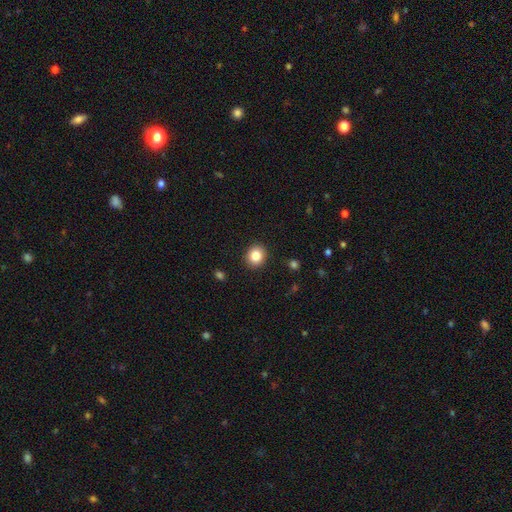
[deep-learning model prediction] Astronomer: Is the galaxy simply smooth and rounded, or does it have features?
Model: smooth — 85%.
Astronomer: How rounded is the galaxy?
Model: round — 76%.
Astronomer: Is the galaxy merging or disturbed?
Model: none — 90%.